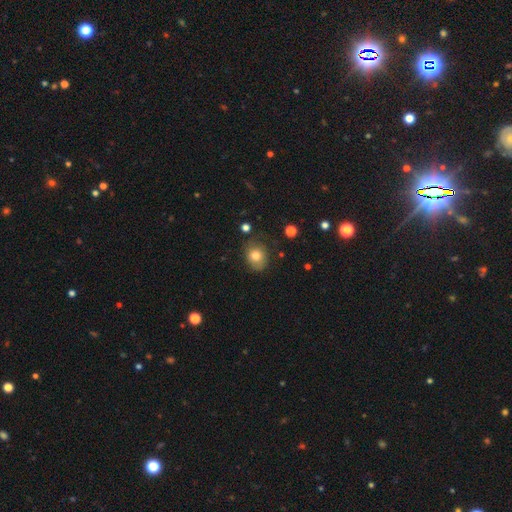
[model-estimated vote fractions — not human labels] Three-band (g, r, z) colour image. It shows a smooth galaxy with no disk features (77%) that is round (62%). Merging: none (71%).